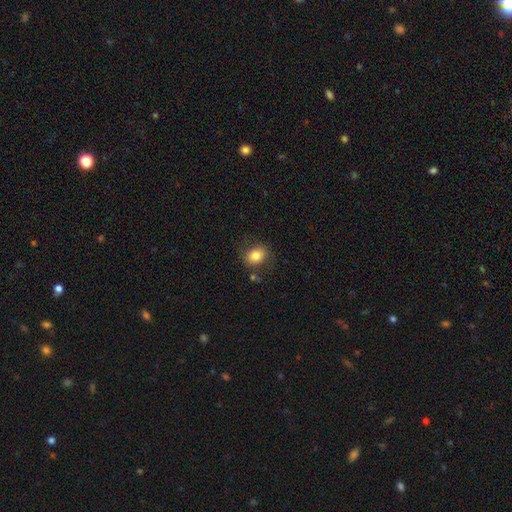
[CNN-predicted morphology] Overall: smooth (81%). How rounded: in between (50%; round 49%). Merging: none (77%).